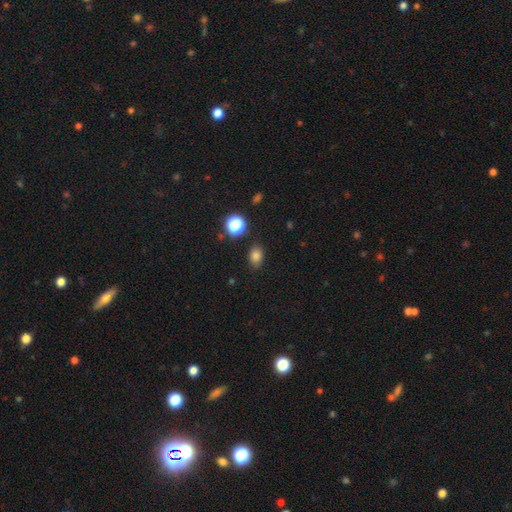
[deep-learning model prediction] A smooth galaxy with no disk features (81%) that is in between round and cigar-shaped (69%). Merging: none (84%).